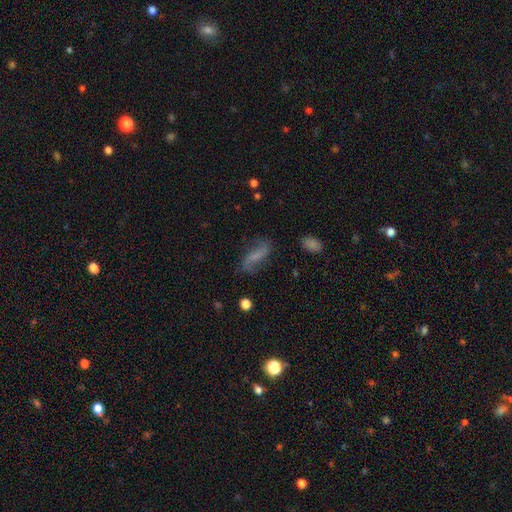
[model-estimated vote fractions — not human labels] Smooth or featured? Predicted: featured or disk (p=0.54). Edge-on disk? Predicted: no (p=0.89). Merging? Predicted: none (p=0.70).